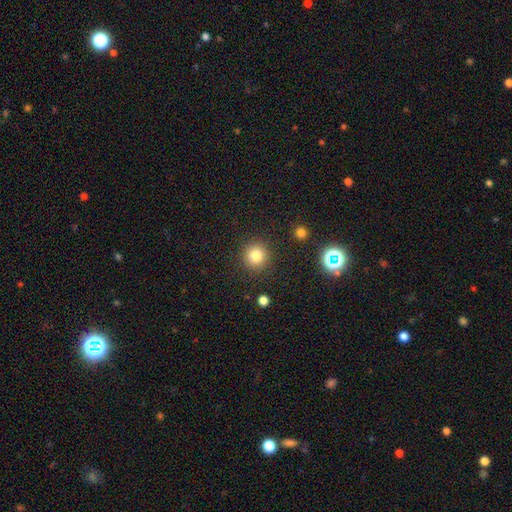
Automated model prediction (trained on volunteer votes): This appears to be a smooth galaxy with no disk features (81%) that is round (93%). Merging: none (89%).